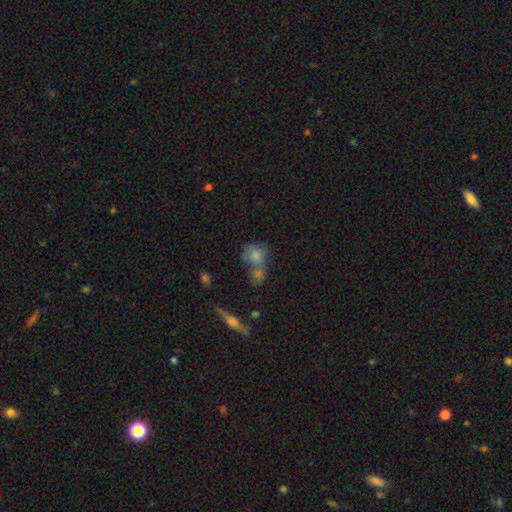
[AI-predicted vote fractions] Morphology: type=smooth (76%); roundness=round (59%); merging=merger (53%).